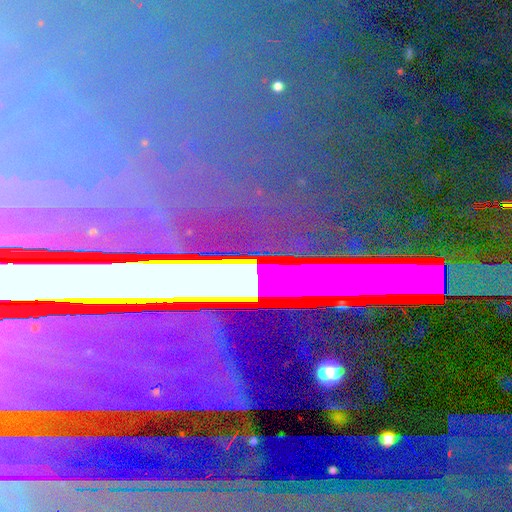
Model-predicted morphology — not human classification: Smooth or featured: star or artifact — 75% (featured or disk — 15%)